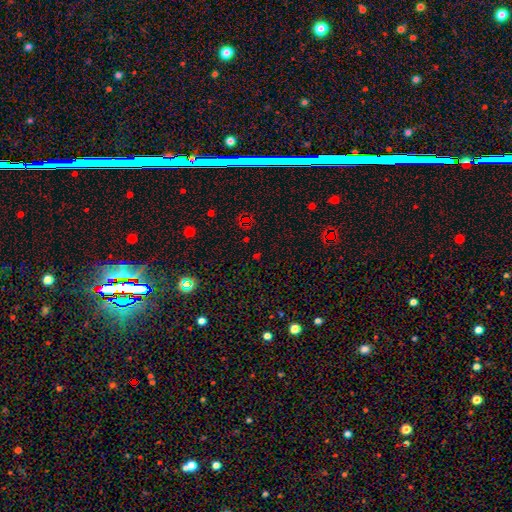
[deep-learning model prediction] This is likely a star or artifact rather than a galaxy (67%).